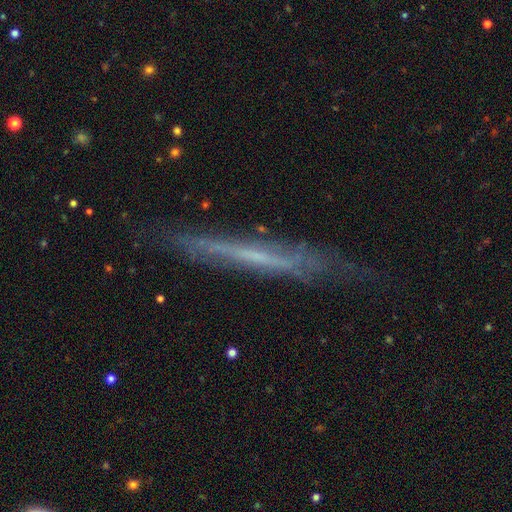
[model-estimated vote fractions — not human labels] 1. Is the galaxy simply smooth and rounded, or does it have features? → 63% featured or disk, 29% smooth, 8% star or artifact.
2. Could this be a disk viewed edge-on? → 87% yes, 13% no.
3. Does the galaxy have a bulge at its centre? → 85% none, 10% rounded, 5% boxy.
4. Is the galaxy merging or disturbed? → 73% none, 20% minor disturbance, 5% major disturbance, 2% merger.